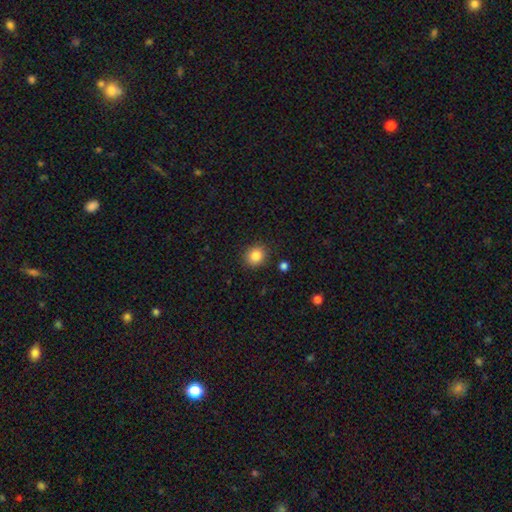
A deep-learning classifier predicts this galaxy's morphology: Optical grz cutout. It shows a smooth galaxy with no disk features (84%) that is round (77%). Merging: none (89%).